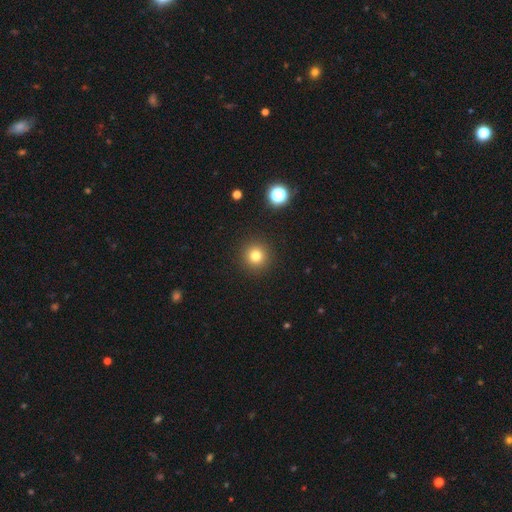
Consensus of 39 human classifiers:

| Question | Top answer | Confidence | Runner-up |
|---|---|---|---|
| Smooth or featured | smooth | 85% | featured or disk (10%) |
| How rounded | round | 91% | in between (9%) |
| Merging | none | 97% | major disturbance (3%) |